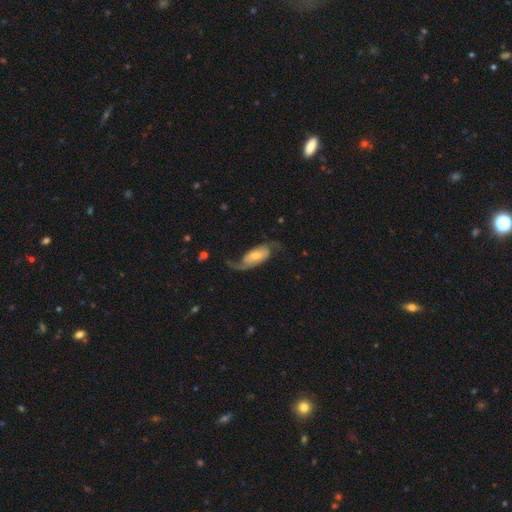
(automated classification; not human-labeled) Overall: featured or disk (75%). Edge-on disk: no (93%). Bar: no (46%; weak 38%). Spiral arms: yes (93%). Spiral arm count: 2 (86%). Spiral winding: loose (63%; medium 27%). Bulge size: small (46%; moderate 39%). Merging: none (59%; major disturbance 20%).